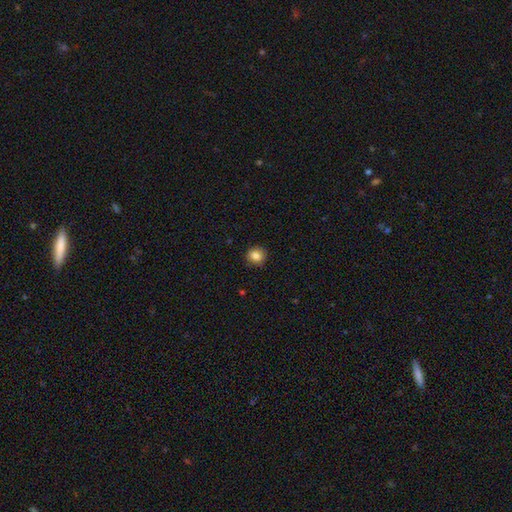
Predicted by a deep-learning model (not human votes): Q: Smooth or featured?
A: smooth (85%); runner-up: star or artifact (10%)
Q: How rounded?
A: round (83%); runner-up: in between (16%)
Q: Merging?
A: none (87%); runner-up: minor disturbance (10%)